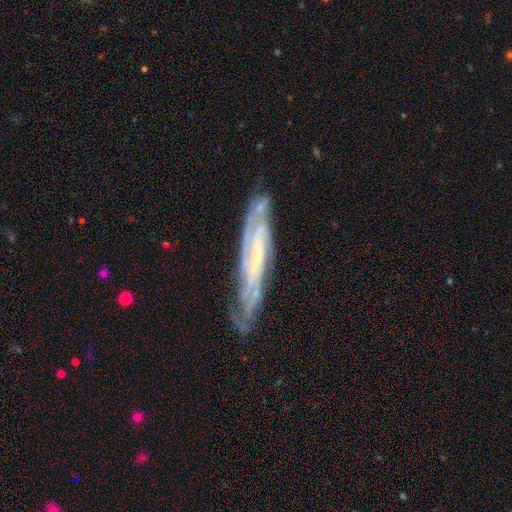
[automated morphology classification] Overall: featured or disk (83%). Edge-on disk: no (59%; yes 41%). Merging: none (73%).